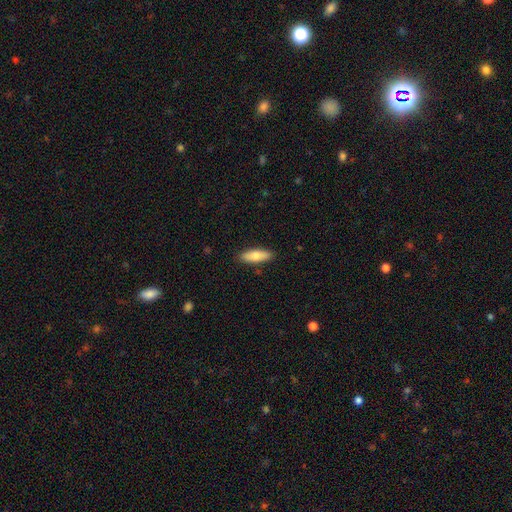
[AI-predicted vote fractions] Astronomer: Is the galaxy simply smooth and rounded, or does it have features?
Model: smooth — 74%.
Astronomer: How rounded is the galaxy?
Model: in between — 56% (runner-up: cigar-shaped, 42%).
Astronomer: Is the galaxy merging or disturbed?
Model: none — 88%.